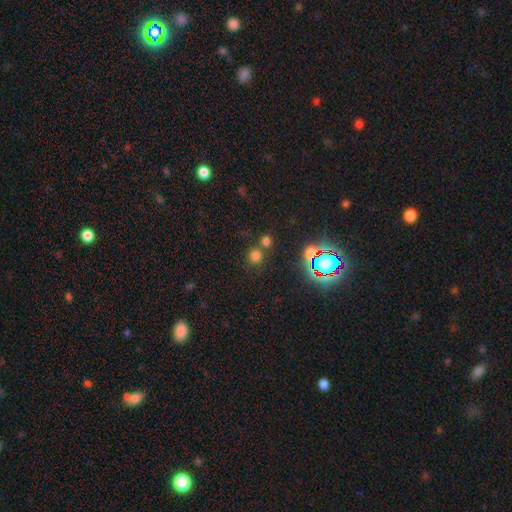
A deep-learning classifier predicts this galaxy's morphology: type=smooth (67%); roundness=round (90%); merging=none (68%).